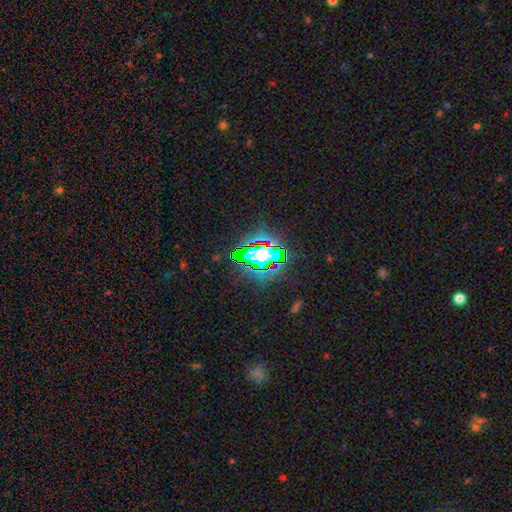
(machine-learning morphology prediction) Smooth or featured? star or artifact (71%)